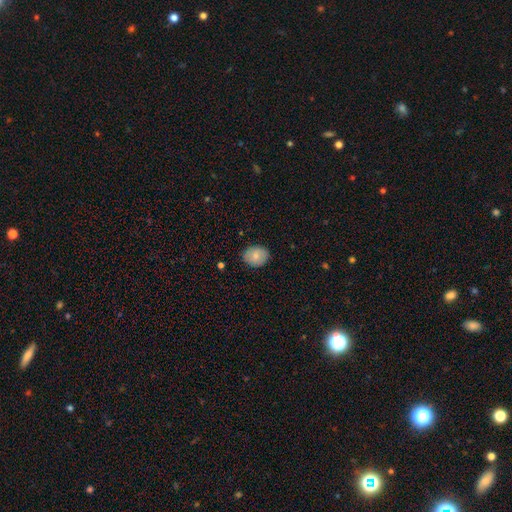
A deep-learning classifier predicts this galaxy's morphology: The model was most divided on "how rounded": round: 55%, in between: 44%, cigar-shaped: 1%. More confident: merging — none (86%); smooth or featured — smooth (80%).